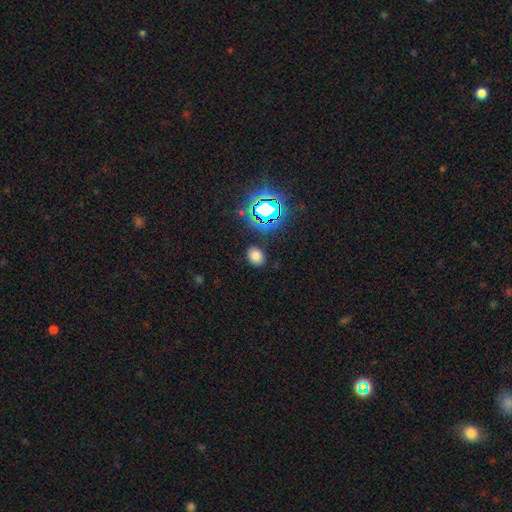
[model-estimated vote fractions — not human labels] Smooth or featured? Predicted: smooth (p=0.72). How rounded? Predicted: in between (p=0.54). Merging? Predicted: none (p=0.86).